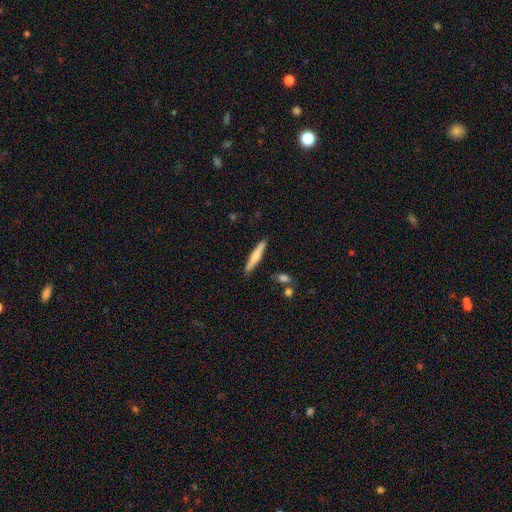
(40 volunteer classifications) A smooth galaxy with no disk features (65%) that is cigar-shaped (92%).

Vote fractions:
- Smooth or featured? smooth: 65% / featured or disk: 30% / star or artifact: 5%
- How rounded? cigar-shaped: 92% / round: 4% / in between: 4%
- Merging? none: 95% / major disturbance: 3% / merger: 3% / minor disturbance: 0%